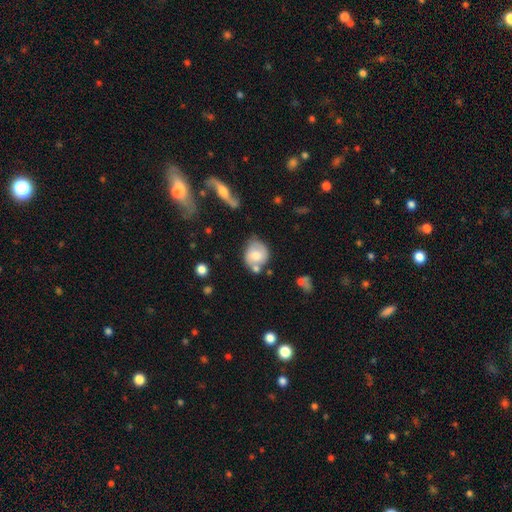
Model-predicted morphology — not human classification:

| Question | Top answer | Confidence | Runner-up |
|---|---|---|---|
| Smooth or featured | smooth | 56% | featured or disk (36%) |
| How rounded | round | 67% | in between (32%) |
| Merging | none | 53% | minor disturbance (23%) |